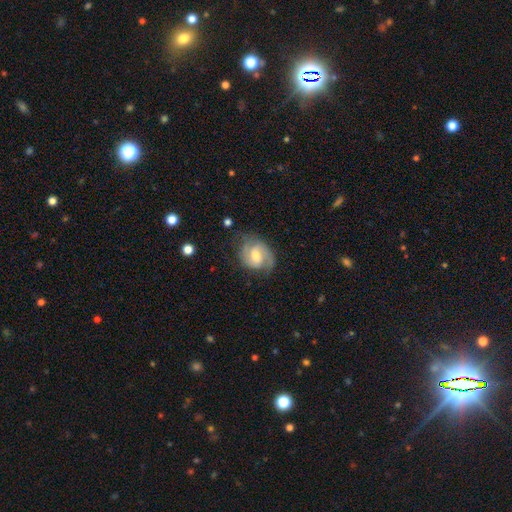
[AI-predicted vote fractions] Smooth or featured?
  - featured or disk: 67% *
  - smooth: 26%
  - star or artifact: 7%
Edge-on disk?
  - no: 97% *
  - yes: 3%
Bar?
  - weak: 54% *
  - no: 31%
  - strong: 15%
Spiral arms?
  - yes: 89% *
  - no: 11%
Spiral winding?
  - medium: 47% *
  - tight: 33%
  - loose: 20%
Spiral arm count?
  - 2: 76% *
  - can't tell: 12%
  - 1: 7%
  - 3: 3%
  - 4: 1%
  - more than 4: 1%
Bulge size?
  - moderate: 55% *
  - small: 27%
  - large: 11%
  - none: 5%
  - dominant: 1%
Merging?
  - none: 59% *
  - minor disturbance: 26%
  - major disturbance: 13%
  - merger: 2%